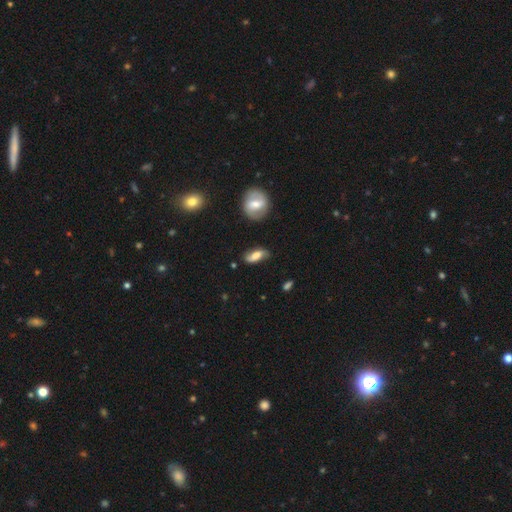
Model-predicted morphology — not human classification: Smooth or featured: smooth — 54% (featured or disk — 38%)
How rounded: in between — 80% (cigar-shaped — 15%)
Merging: none — 68% (minor disturbance — 23%)